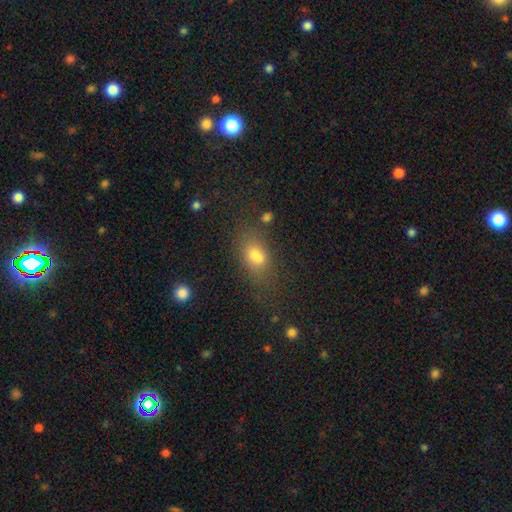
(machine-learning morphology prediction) type=smooth (70%); roundness=in between (78%); merging=none (51%).